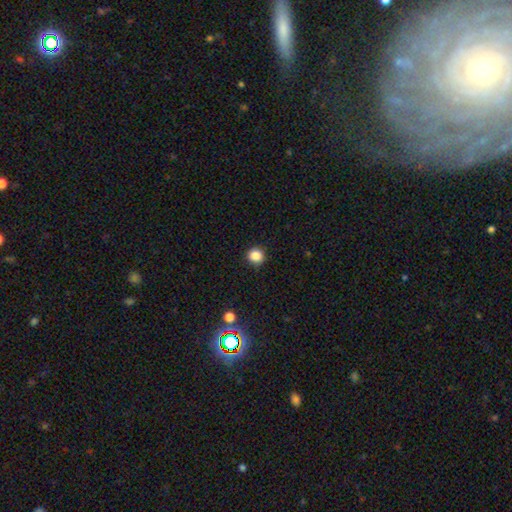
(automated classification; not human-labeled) smooth_or_featured: smooth (p=0.85) [alt: star or artifact p=0.11]
how_rounded: round (p=0.92) [alt: in between p=0.07]
merging: none (p=0.91) [alt: minor disturbance p=0.06]